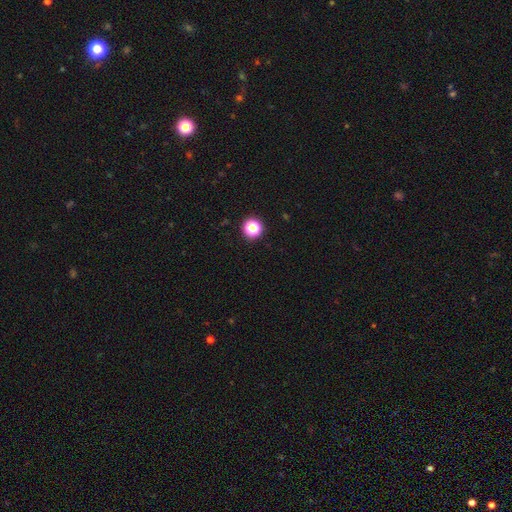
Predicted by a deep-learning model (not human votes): This is likely a star or artifact rather than a galaxy (64%).